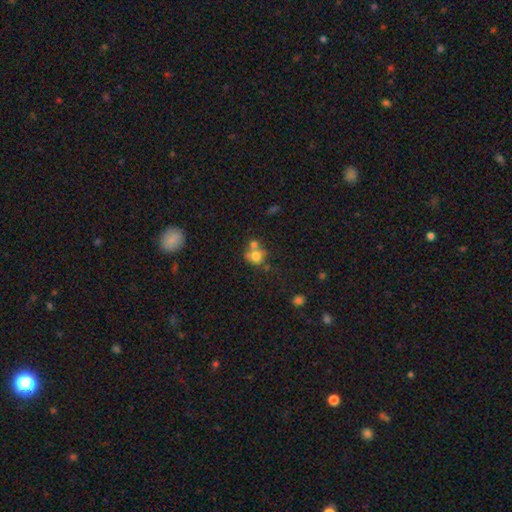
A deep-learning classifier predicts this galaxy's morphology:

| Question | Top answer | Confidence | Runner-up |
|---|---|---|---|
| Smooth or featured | smooth | 71% | featured or disk (17%) |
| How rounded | round | 80% | in between (19%) |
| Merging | merger | 43% | none (41%) |